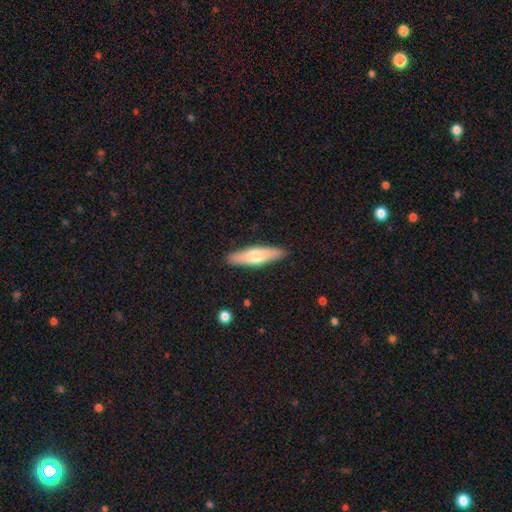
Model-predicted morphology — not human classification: smooth_or_featured: smooth (p=0.60) [alt: featured or disk p=0.35]
how_rounded: cigar-shaped (p=0.71) [alt: in between p=0.27]
merging: none (p=0.90) [alt: minor disturbance p=0.08]